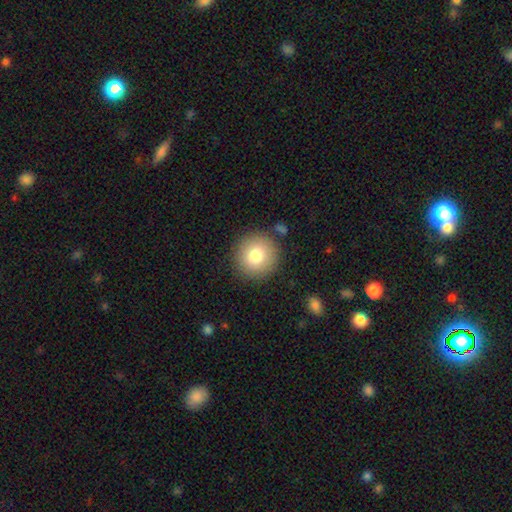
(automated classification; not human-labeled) Smooth or featured?
  - smooth: 80% *
  - featured or disk: 11%
  - star or artifact: 9%
How rounded?
  - round: 94% *
  - in between: 5%
  - cigar-shaped: 1%
Merging?
  - none: 86% *
  - minor disturbance: 8%
  - major disturbance: 3%
  - merger: 3%